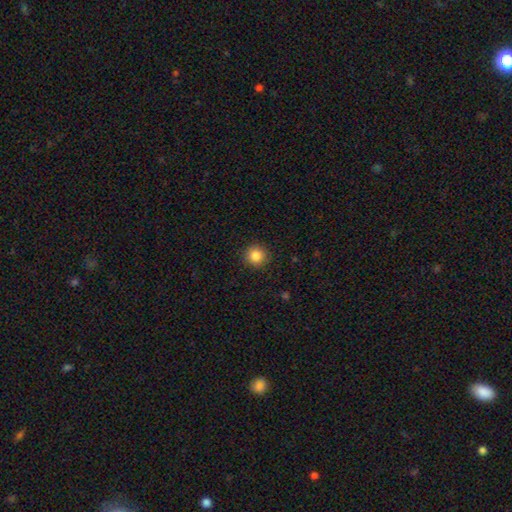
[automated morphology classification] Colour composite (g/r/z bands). It shows a smooth galaxy with no disk features (86%) that is round (94%). Merging: none (91%).